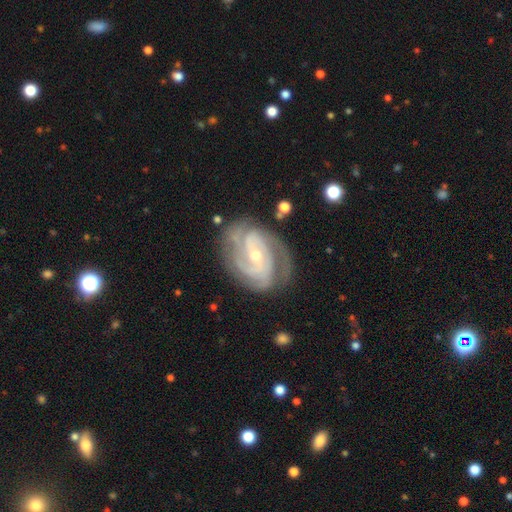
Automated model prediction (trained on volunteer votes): The model was most divided on "bar" (2-way tie): no: 40%, weak: 40%, strong: 20%. Remaining: spiral arms — yes (98%); edge-on disk — no (97%); smooth or featured — featured or disk (91%); merging — none (73%); spiral winding — tight (61%); bulge size — small (58%); spiral arm count — 3 (39%).